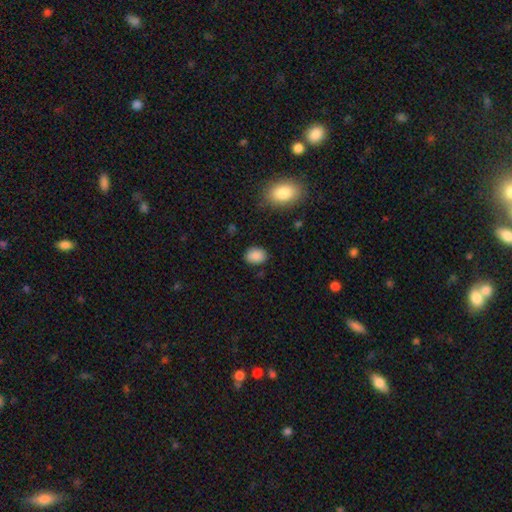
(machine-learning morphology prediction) Smooth or featured? smooth (88%)
How rounded? in between (62%)
Merging? none (84%)